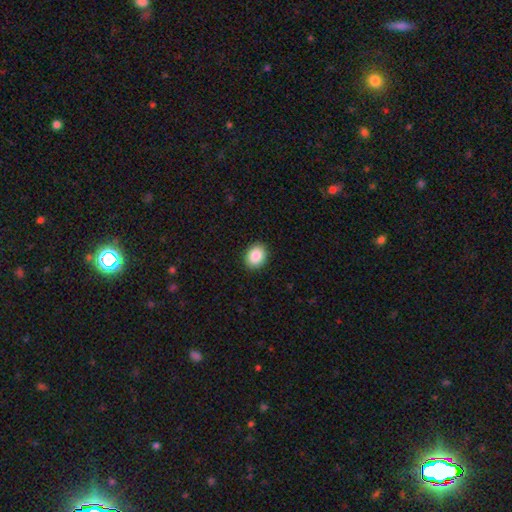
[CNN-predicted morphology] Overall: smooth (88%). How rounded: in between (55%; round 44%). Merging: none (91%).